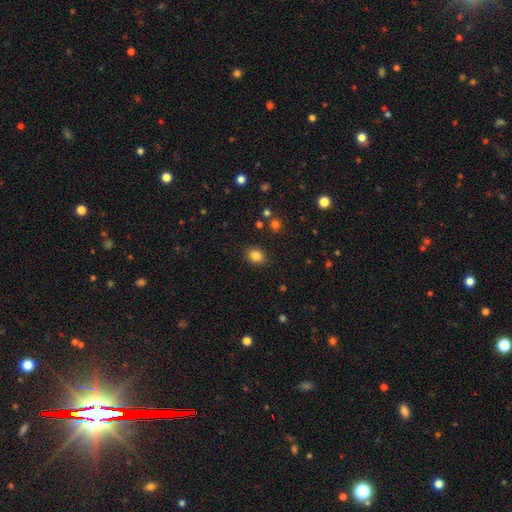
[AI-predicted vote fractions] The model was most divided on "how rounded": round: 50%, in between: 49%, cigar-shaped: 1%. More confident: merging — none (87%); smooth or featured — smooth (84%).